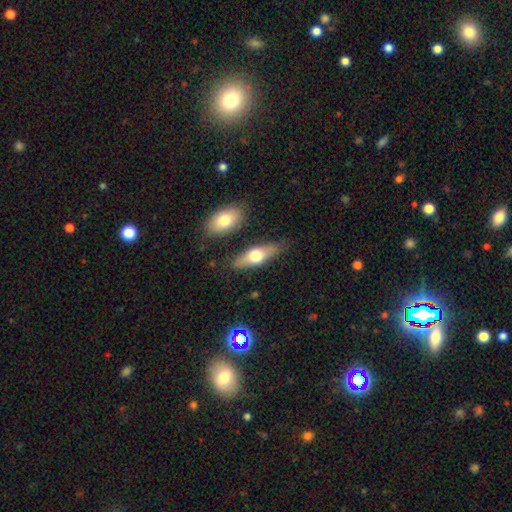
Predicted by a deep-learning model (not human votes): smooth 57%, featured or disk 38%, star or artifact 6%. Down the decision tree: how rounded — in between (61%); merging — none (79%).